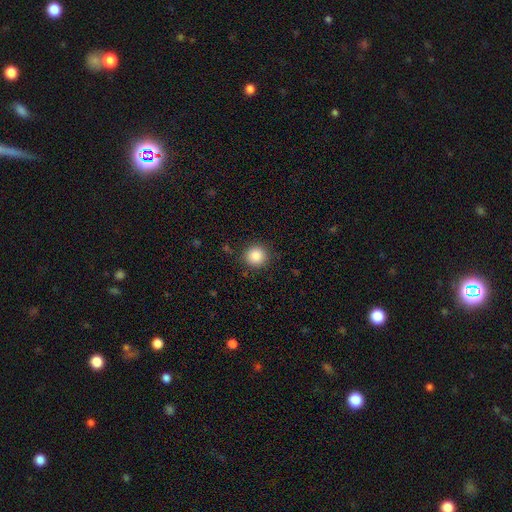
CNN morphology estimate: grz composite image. It shows a smooth galaxy with no disk features (85%) that is round (93%). Merging: none (88%).